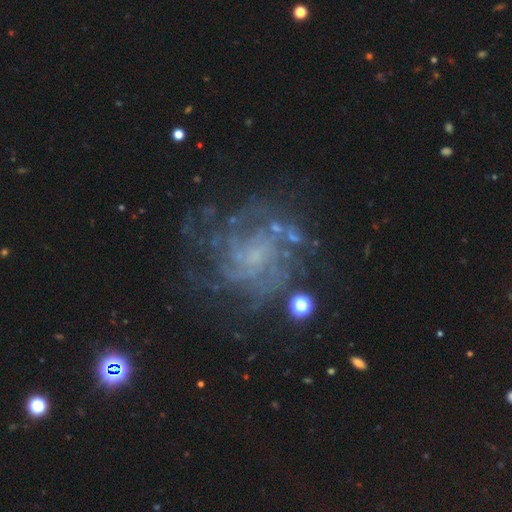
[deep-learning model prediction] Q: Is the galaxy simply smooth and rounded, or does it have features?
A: featured or disk — 81%.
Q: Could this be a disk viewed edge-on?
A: no — 98%.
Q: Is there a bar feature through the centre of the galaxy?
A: no — 64%.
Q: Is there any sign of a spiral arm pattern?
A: yes — 91%.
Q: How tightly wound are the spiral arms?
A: tight — 53%.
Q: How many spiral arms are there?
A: can't tell — 40%.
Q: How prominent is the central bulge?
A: small — 55%.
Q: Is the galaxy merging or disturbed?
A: none — 69%.